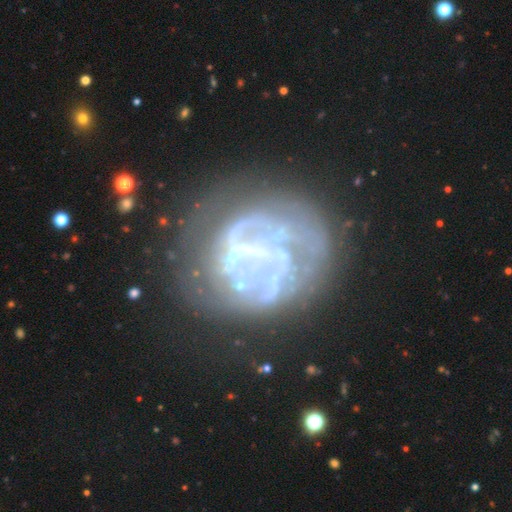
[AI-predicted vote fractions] Smooth or featured? Predicted: featured or disk (p=0.71). Edge-on disk? Predicted: no (p=0.98). Bar? Predicted: no (p=0.69). Spiral arms? Predicted: no (p=0.63). Bulge size? Predicted: none (p=0.73). Merging? Predicted: none (p=0.51).